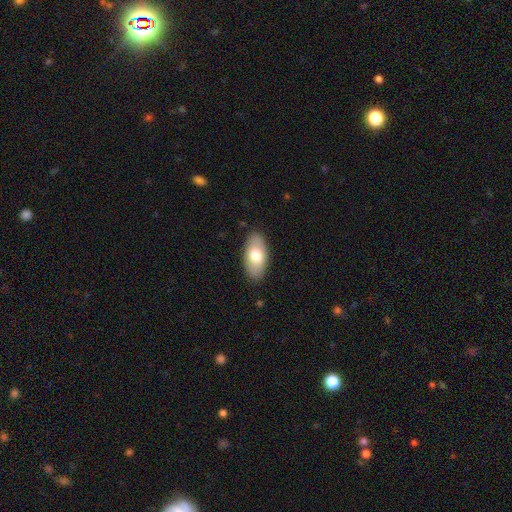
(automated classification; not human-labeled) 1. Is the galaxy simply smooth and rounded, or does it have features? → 72% smooth, 22% featured or disk, 6% star or artifact.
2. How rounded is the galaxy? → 93% in between, 4% cigar-shaped, 3% round.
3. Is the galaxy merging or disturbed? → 87% none, 10% minor disturbance, 2% major disturbance, 1% merger.